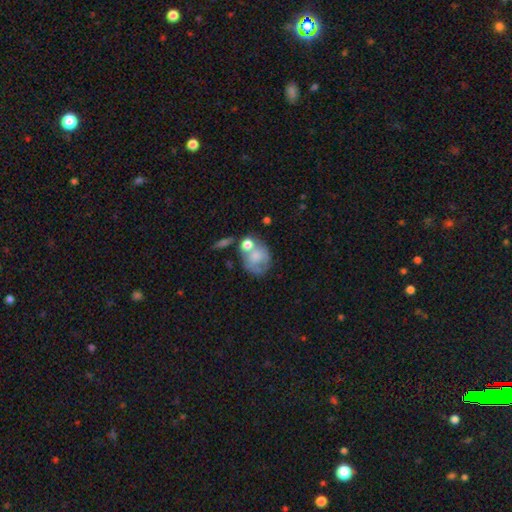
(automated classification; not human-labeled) Smooth or featured?
  - smooth: 59% *
  - featured or disk: 33%
  - star or artifact: 9%
How rounded?
  - in between: 50% *
  - round: 48%
  - cigar-shaped: 1%
Merging?
  - none: 33% * (tied)
  - merger: 33% * (tied)
  - minor disturbance: 19%
  - major disturbance: 15%